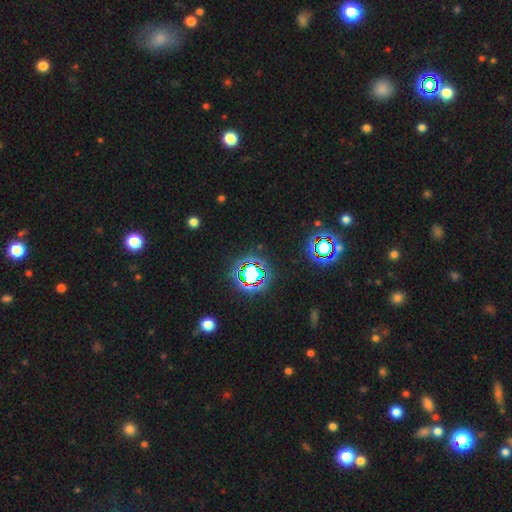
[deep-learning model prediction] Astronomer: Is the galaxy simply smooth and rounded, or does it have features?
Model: star or artifact — 80%.